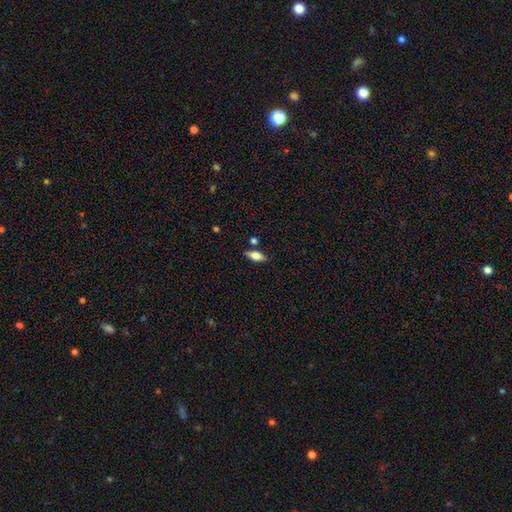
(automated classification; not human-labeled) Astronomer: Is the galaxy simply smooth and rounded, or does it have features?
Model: smooth — 57% (runner-up: featured or disk, 35%).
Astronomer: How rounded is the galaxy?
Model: in between — 73%.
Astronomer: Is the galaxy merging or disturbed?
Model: none — 80%.